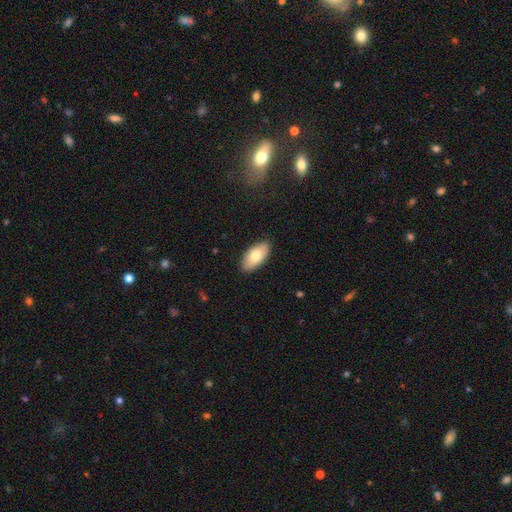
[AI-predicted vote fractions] A smooth galaxy with no disk features (79%) that is in between round and cigar-shaped (94%). Merging: none (87%).